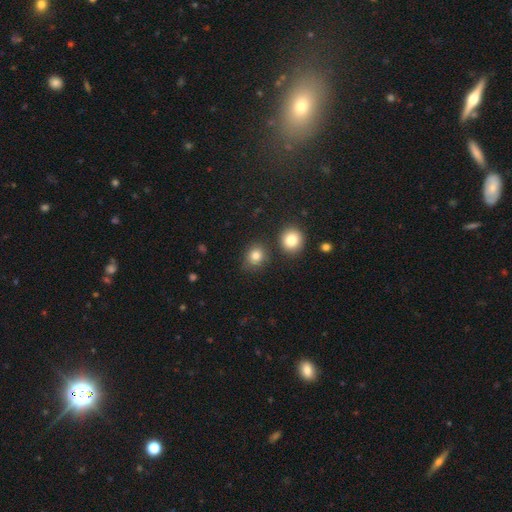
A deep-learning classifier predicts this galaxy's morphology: This is clearly a smooth galaxy (82%). How rounded: likely round (73%). Merging: likely none (77%).